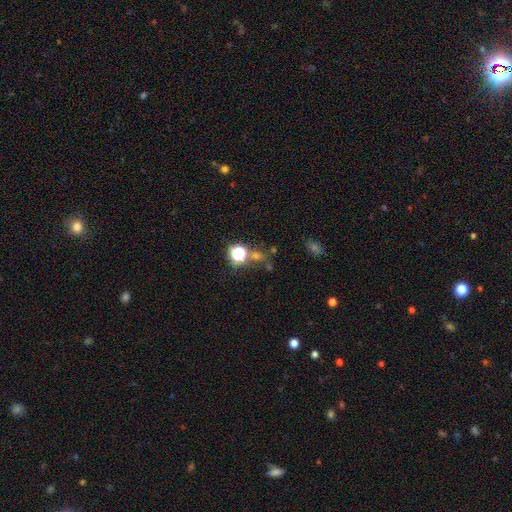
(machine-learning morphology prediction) Smooth or featured? Predicted: star or artifact (p=0.46).